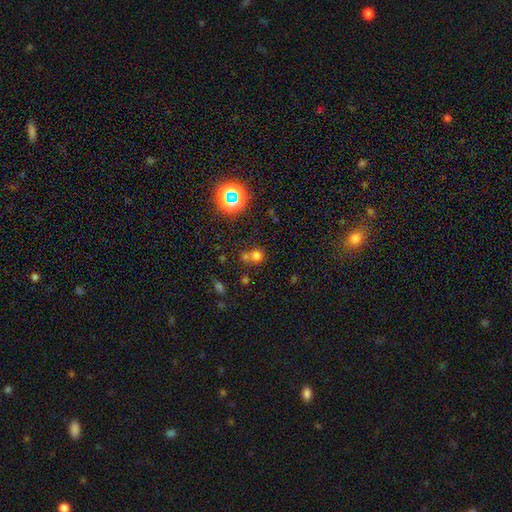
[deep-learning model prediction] Smooth or featured: smooth — 64% (star or artifact — 27%)
How rounded: round — 85% (in between — 14%)
Merging: none — 49% (merger — 39%)